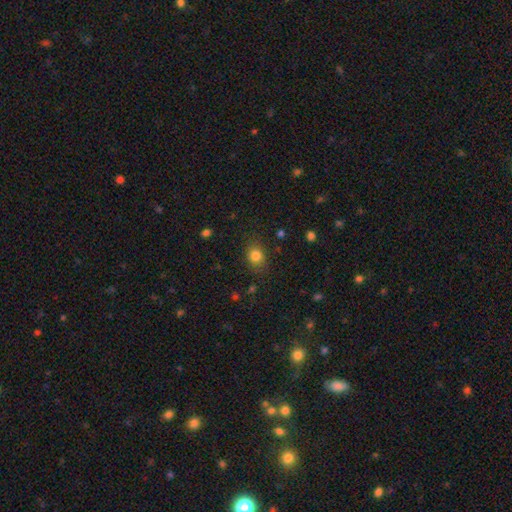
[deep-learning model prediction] smooth-or-featured: smooth: 82% | star or artifact: 12% | featured or disk: 6%
  how-rounded: round: 54% | in between: 45% | cigar-shaped: 1%
  merging: none: 81% | minor disturbance: 13% | major disturbance: 4% | merger: 1%